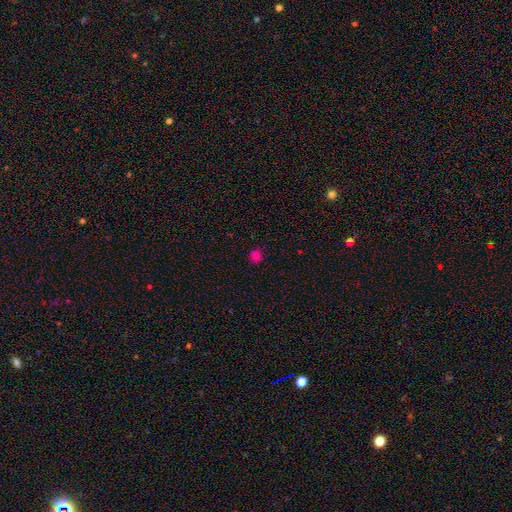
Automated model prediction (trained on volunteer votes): smooth-or-featured: smooth: 75% | star or artifact: 22% | featured or disk: 4%
  how-rounded: round: 77% | in between: 22% | cigar-shaped: 1%
  merging: none: 84% | minor disturbance: 11% | major disturbance: 3% | merger: 2%